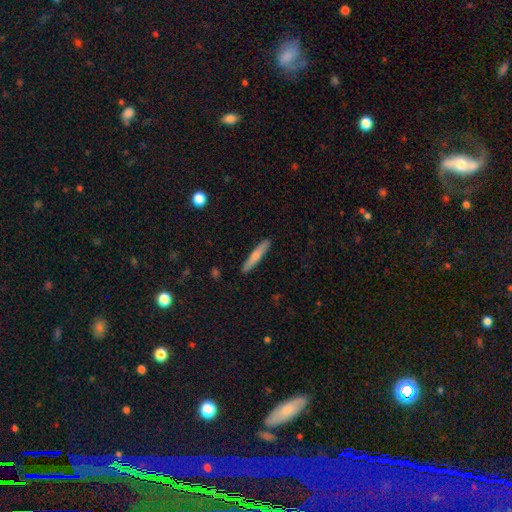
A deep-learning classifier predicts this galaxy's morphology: Smooth or featured: smooth — 67% (featured or disk — 27%)
How rounded: cigar-shaped — 93% (in between — 6%)
Merging: none — 90% (minor disturbance — 7%)